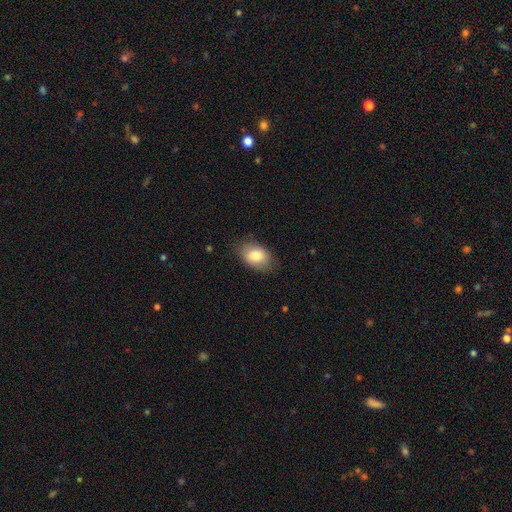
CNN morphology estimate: smooth_or_featured: smooth (p=0.79) [alt: featured or disk p=0.14]
how_rounded: in between (p=0.86) [alt: round p=0.12]
merging: none (p=0.79) [alt: minor disturbance p=0.16]